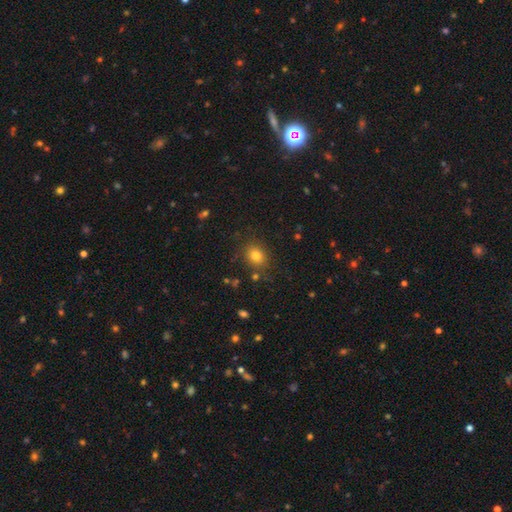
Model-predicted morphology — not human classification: Smooth or featured: smooth — 80% (star or artifact — 13%)
How rounded: round — 58% (in between — 41%)
Merging: none — 82% (minor disturbance — 11%)